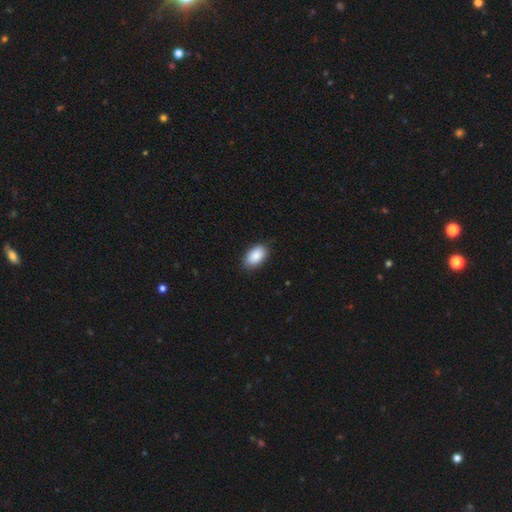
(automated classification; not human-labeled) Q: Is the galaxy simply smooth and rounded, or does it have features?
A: smooth — 89%.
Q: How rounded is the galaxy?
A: in between — 93%.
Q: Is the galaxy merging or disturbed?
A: none — 84%.